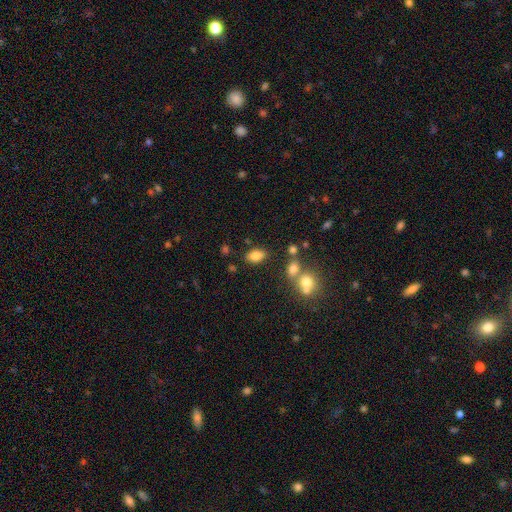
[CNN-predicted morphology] Q: Smooth or featured?
A: smooth (82%); runner-up: star or artifact (11%)
Q: How rounded?
A: in between (88%); runner-up: round (10%)
Q: Merging?
A: none (77%); runner-up: minor disturbance (12%)